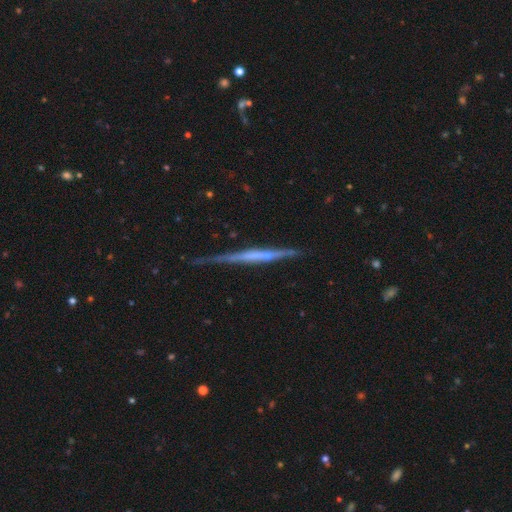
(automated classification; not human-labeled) This appears to be a featured or disk galaxy (70%) viewed edge-on (96%) with no central bulge (70%). Merging: none (74%).